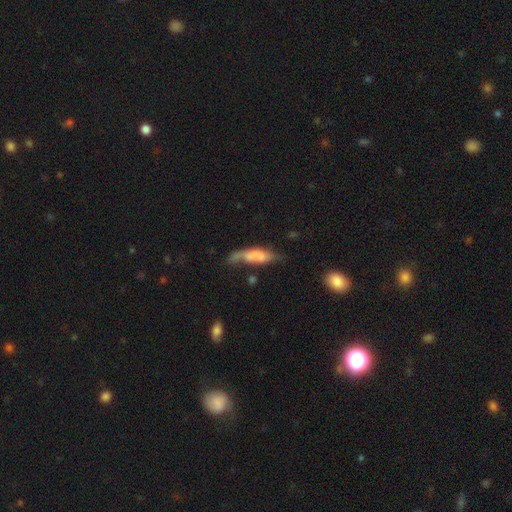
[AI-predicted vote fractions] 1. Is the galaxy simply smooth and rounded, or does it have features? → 60% smooth, 32% featured or disk, 8% star or artifact.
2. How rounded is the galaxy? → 50% in between, 48% cigar-shaped, 3% round.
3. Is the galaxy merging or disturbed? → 31% none, 28% minor disturbance, 27% major disturbance, 14% merger.